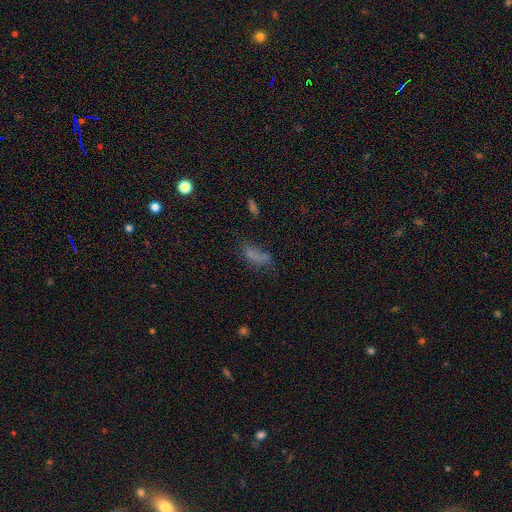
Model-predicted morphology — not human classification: Smooth or featured? Predicted: smooth (p=0.62). How rounded? Predicted: in between (p=0.73). Merging? Predicted: none (p=0.40).